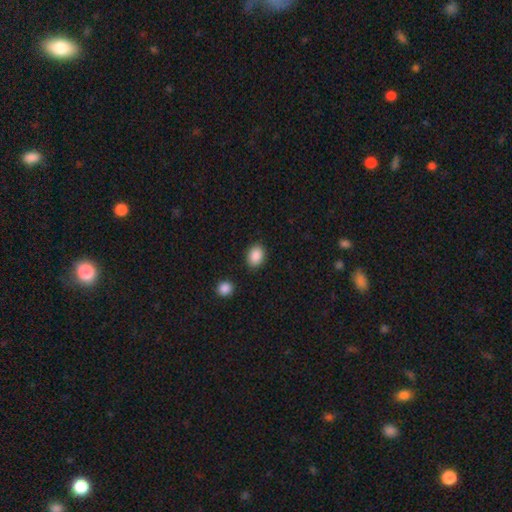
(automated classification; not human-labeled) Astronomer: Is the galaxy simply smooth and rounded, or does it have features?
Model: smooth — 89%.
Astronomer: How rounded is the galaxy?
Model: in between — 71%.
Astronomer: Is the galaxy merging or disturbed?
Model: none — 86%.